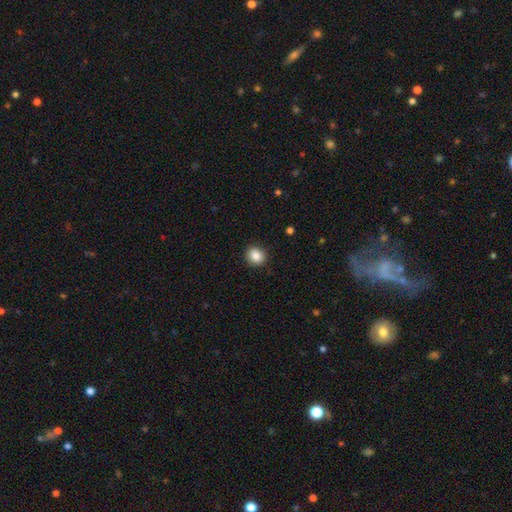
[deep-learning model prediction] A smooth galaxy with no disk features (86%) that is round (80%).

Vote fractions:
- Smooth or featured? smooth: 86% / star or artifact: 9% / featured or disk: 4%
- How rounded? round: 80% / in between: 19% / cigar-shaped: 1%
- Merging? none: 91% / minor disturbance: 7% / major disturbance: 2% / merger: 1%